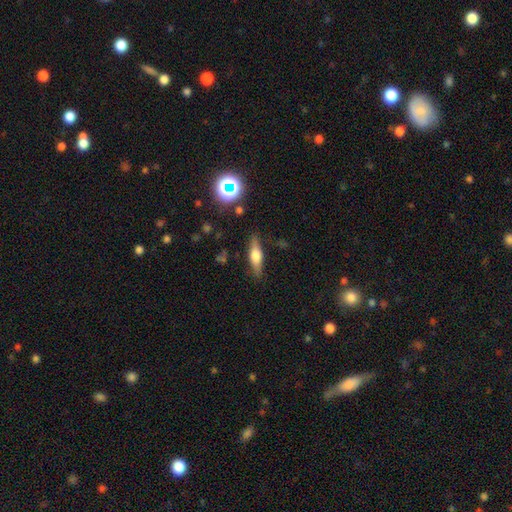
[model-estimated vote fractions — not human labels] This is possibly a smooth galaxy (46%). Merging: clearly none (84%).